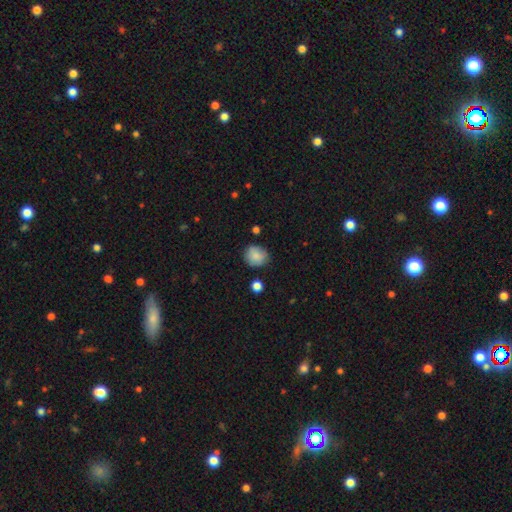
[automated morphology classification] Smooth or featured?
  - smooth: 84% *
  - star or artifact: 8%
  - featured or disk: 8%
How rounded?
  - round: 77% *
  - in between: 22%
  - cigar-shaped: 1%
Merging?
  - none: 77% *
  - minor disturbance: 16%
  - major disturbance: 3%
  - merger: 3%